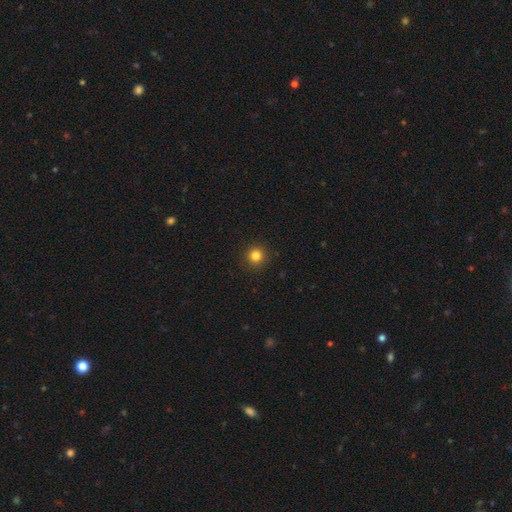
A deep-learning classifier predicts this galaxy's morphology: A smooth galaxy with no disk features (83%) that is round (94%). Merging: none (92%).